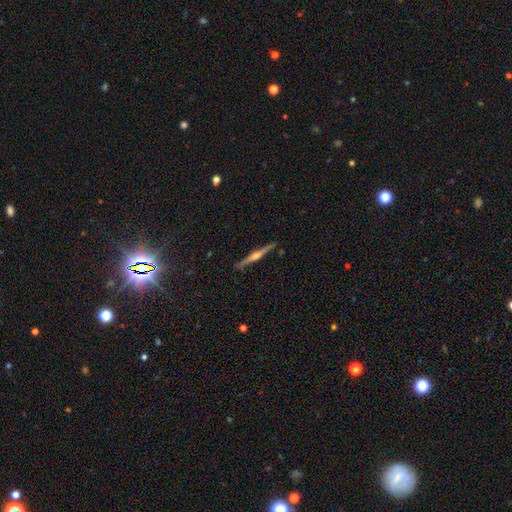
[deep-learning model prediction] Q: Smooth or featured?
A: featured or disk (80%); runner-up: smooth (13%)
Q: Edge-on disk?
A: yes (98%); runner-up: no (2%)
Q: Edge-on bulge?
A: rounded (85%); runner-up: boxy (8%)
Q: Merging?
A: none (91%); runner-up: minor disturbance (7%)